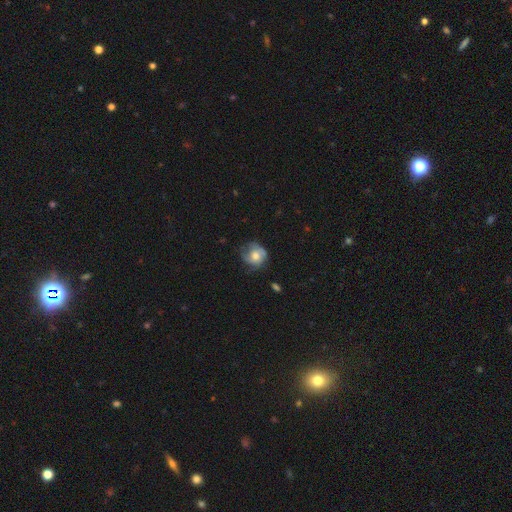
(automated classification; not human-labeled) Smooth or featured?
  - featured or disk: 51% *
  - smooth: 41%
  - star or artifact: 8%
Edge-on disk?
  - no: 97% *
  - yes: 3%
Merging?
  - none: 60% *
  - minor disturbance: 25%
  - major disturbance: 13%
  - merger: 2%